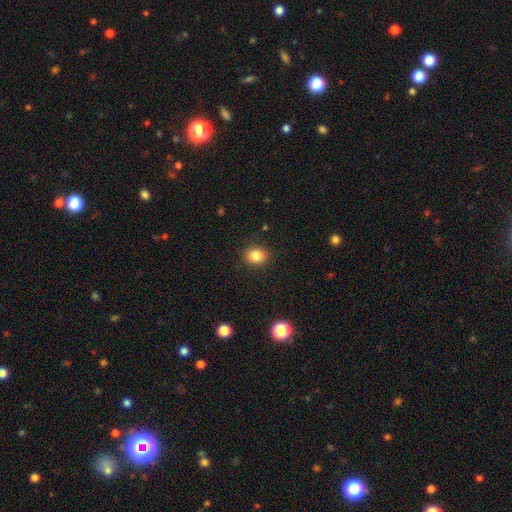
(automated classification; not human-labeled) Overall: smooth (84%). How rounded: round (55%; in between 44%). Merging: none (88%).